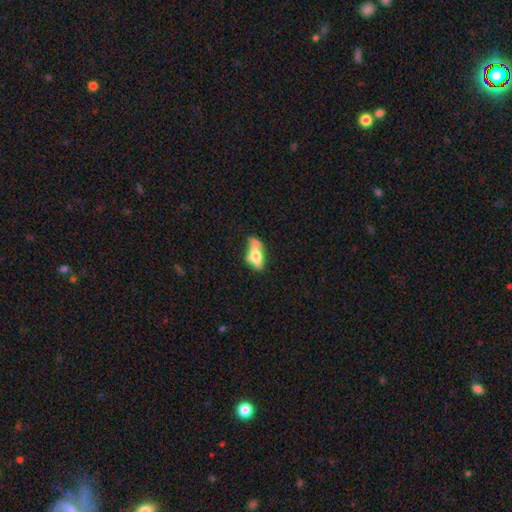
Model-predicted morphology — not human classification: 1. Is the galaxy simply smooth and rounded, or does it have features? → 52% smooth, 40% featured or disk, 8% star or artifact.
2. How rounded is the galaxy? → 81% in between, 14% cigar-shaped, 5% round.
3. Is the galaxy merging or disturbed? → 32% none, 27% merger, 23% minor disturbance, 18% major disturbance.